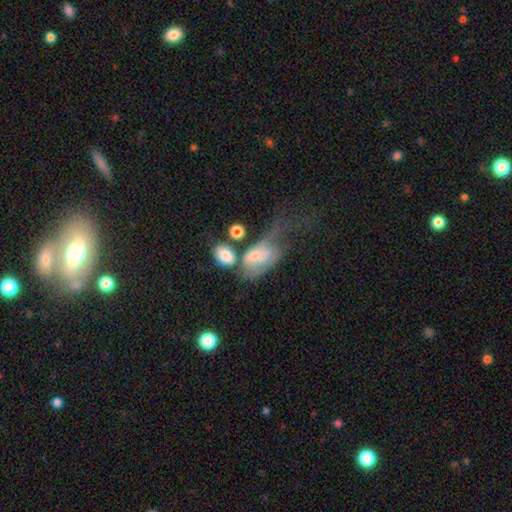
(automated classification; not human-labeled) This is possibly a smooth galaxy (55%). How rounded: clearly in between (86%). Merging: marginally major disturbance (39%).